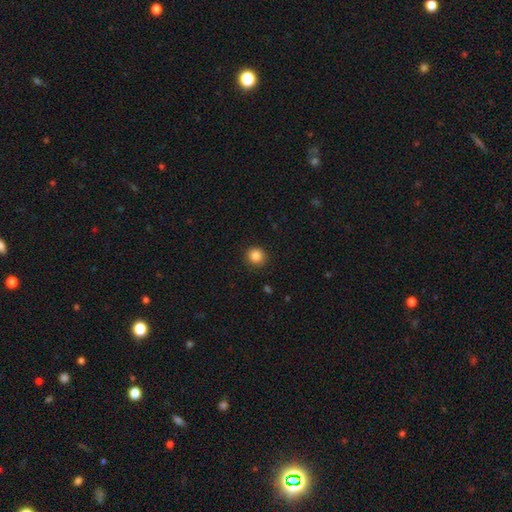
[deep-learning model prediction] Smooth or featured: smooth — 86% (star or artifact — 10%)
How rounded: round — 90% (in between — 9%)
Merging: none — 90% (minor disturbance — 7%)